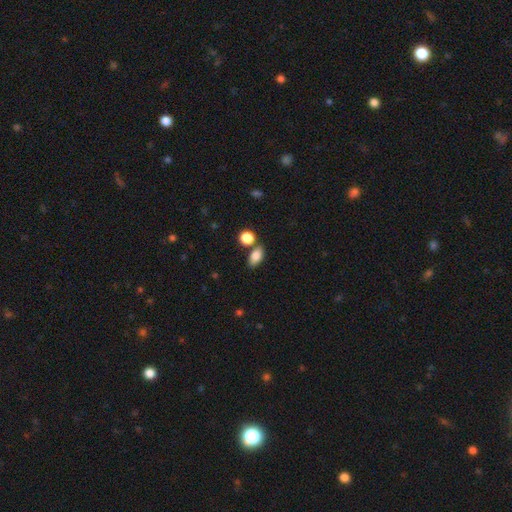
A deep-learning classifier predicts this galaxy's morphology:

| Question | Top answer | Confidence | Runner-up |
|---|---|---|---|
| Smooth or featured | smooth | 85% | star or artifact (9%) |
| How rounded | in between | 85% | round (11%) |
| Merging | none | 67% | merger (17%) |